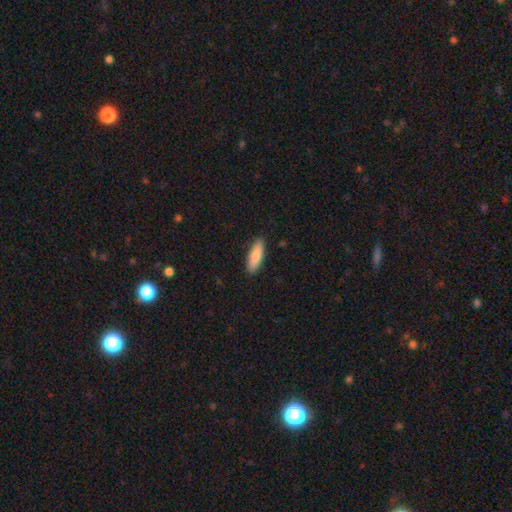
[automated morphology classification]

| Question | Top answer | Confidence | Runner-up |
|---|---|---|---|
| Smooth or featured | smooth | 85% | featured or disk (9%) |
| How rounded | in between | 51% | cigar-shaped (47%) |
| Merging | none | 89% | minor disturbance (8%) |